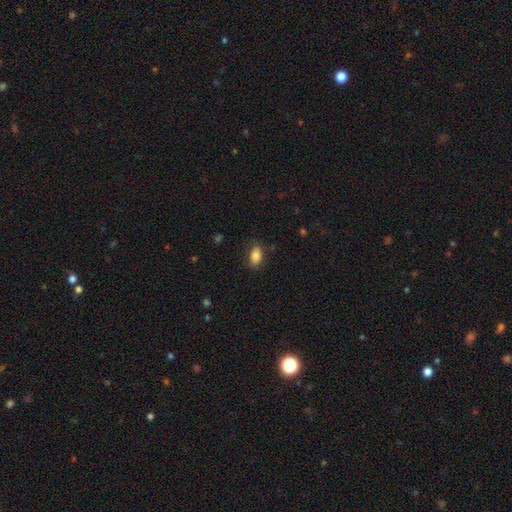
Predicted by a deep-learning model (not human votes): A smooth galaxy with no disk features (82%) that is in between round and cigar-shaped (90%). Merging: none (79%).